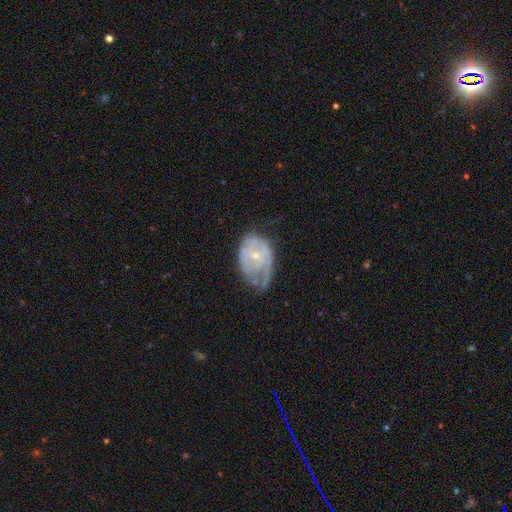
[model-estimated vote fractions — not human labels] Overall: featured or disk (67%). Edge-on disk: no (97%). Bar: no (66%; weak 29%). Spiral arms: yes (65%; no 35%). Bulge size: small (66%; moderate 27%). Merging: minor disturbance (36%; major disturbance 31%).